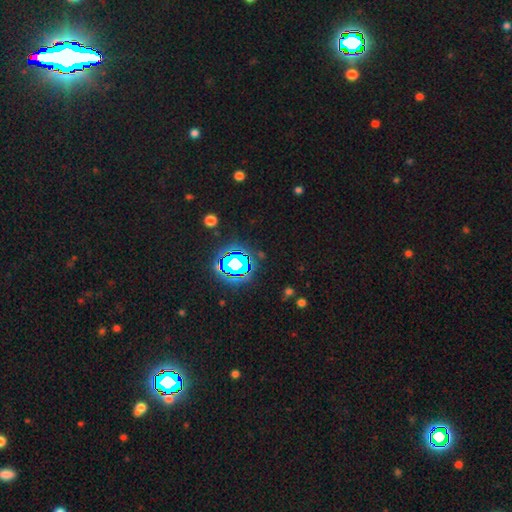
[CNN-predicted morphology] This appears to be a star or artifact, not a galaxy (81%).